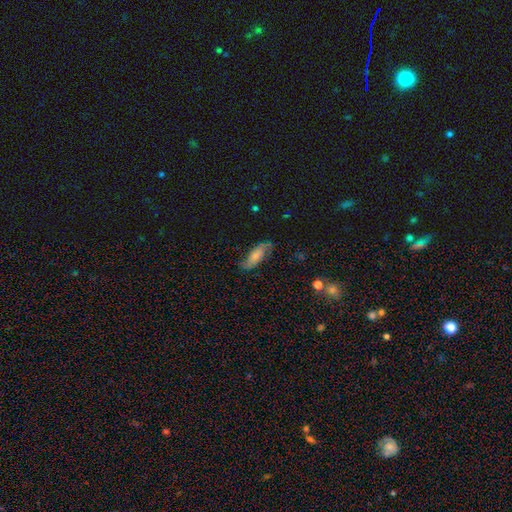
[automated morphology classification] A featured or disk galaxy (50%). Merging: none (69%).